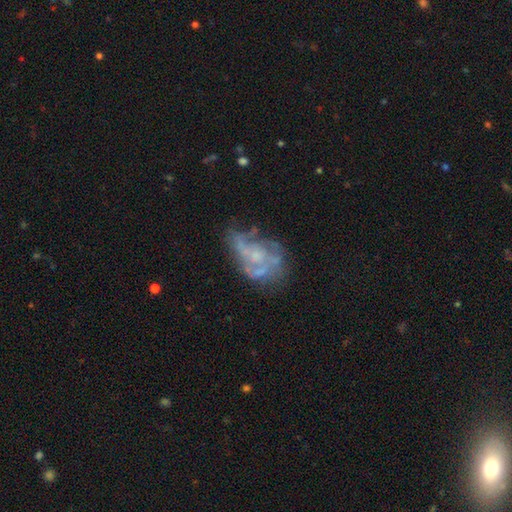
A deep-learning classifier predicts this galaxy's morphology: A featured or disk galaxy (71%) with no bar (76%), spiral arms (59%) and a small central bulge (39%).

Vote fractions:
- Smooth or featured? featured or disk: 71% / smooth: 17% / star or artifact: 12%
- Edge-on disk? no: 97% / yes: 3%
- Bar? no: 76% / weak: 20% / strong: 4%
- Spiral arms? yes: 59% / no: 41%
- Bulge size? small: 39% / none: 34% / moderate: 24% / large: 2% / dominant: 1%
- Merging? none: 45% / major disturbance: 26% / minor disturbance: 22% / merger: 7%